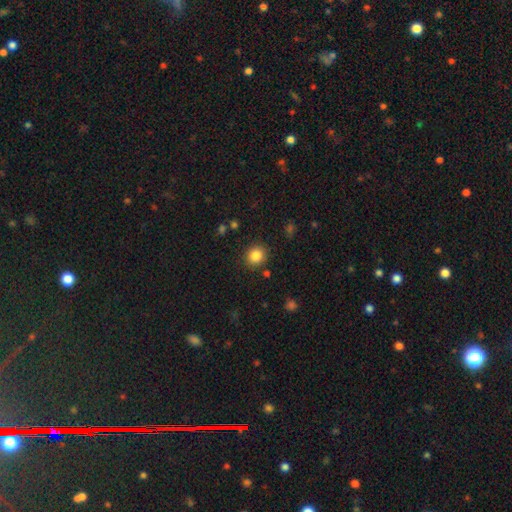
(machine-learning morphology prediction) smooth-or-featured: smooth: 85% | star or artifact: 10% | featured or disk: 5%
  how-rounded: round: 83% | in between: 16% | cigar-shaped: 1%
  merging: none: 87% | minor disturbance: 8% | major disturbance: 3% | merger: 2%